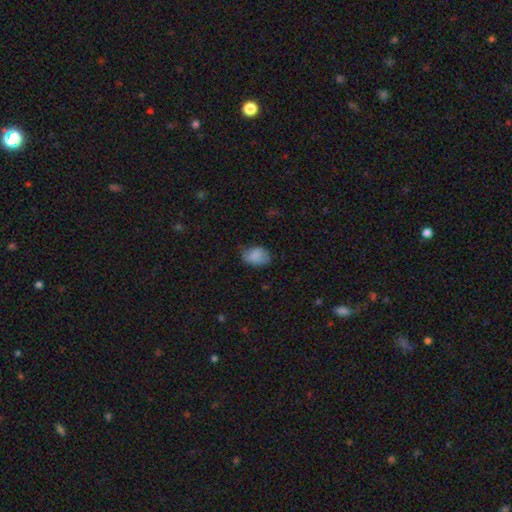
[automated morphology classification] Smooth or featured?
  - smooth: 83% *
  - featured or disk: 8%
  - star or artifact: 8%
How rounded?
  - in between: 83% *
  - round: 16%
  - cigar-shaped: 1%
Merging?
  - none: 66% *
  - minor disturbance: 27%
  - major disturbance: 6%
  - merger: 1%